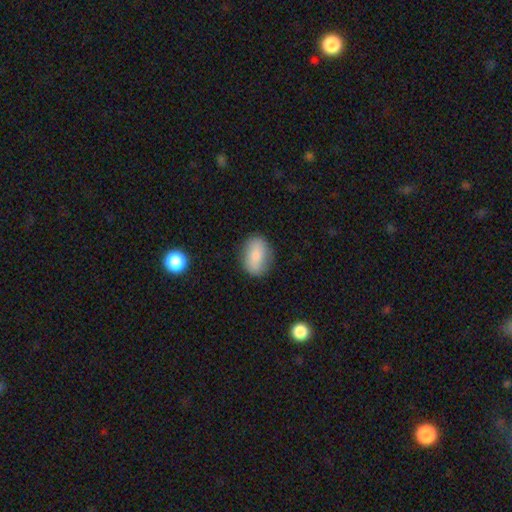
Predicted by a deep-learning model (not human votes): Smooth or featured? smooth (80%)
How rounded? in between (82%)
Merging? none (83%)